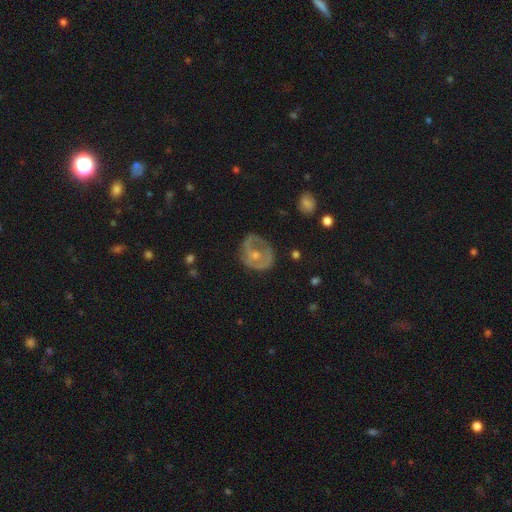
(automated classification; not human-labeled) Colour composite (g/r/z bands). It shows a featured or disk galaxy (60%) with no bar (67%), no spiral arms (63%) and a moderate central bulge (53%). Merging: none (61%).